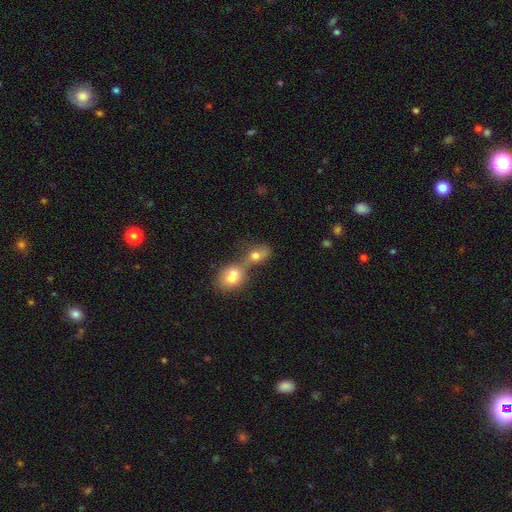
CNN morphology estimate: A smooth galaxy with no disk features (72%) that is in between round and cigar-shaped (56%). Merging: merger (71%).